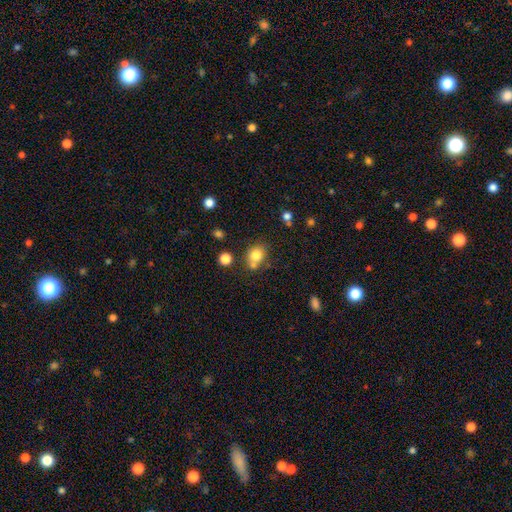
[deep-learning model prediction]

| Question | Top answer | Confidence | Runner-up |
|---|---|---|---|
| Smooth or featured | smooth | 79% | star or artifact (11%) |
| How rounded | round | 61% | in between (38%) |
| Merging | none | 58% | merger (23%) |